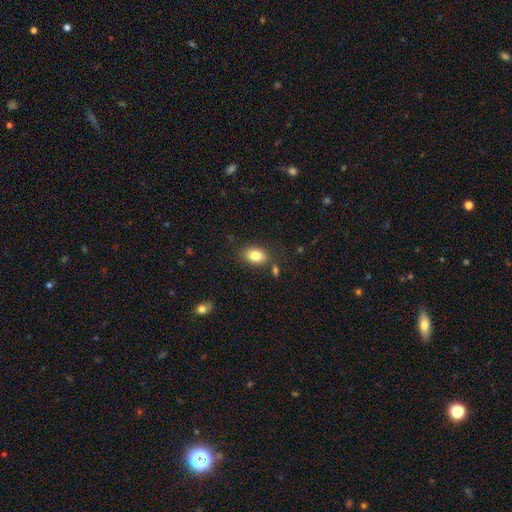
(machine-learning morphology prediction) A smooth galaxy with no disk features (82%) that is in between round and cigar-shaped (83%).

Vote fractions:
- Smooth or featured? smooth: 82% / featured or disk: 9% / star or artifact: 9%
- How rounded? in between: 83% / round: 16% / cigar-shaped: 1%
- Merging? none: 79% / minor disturbance: 13% / merger: 5% / major disturbance: 3%